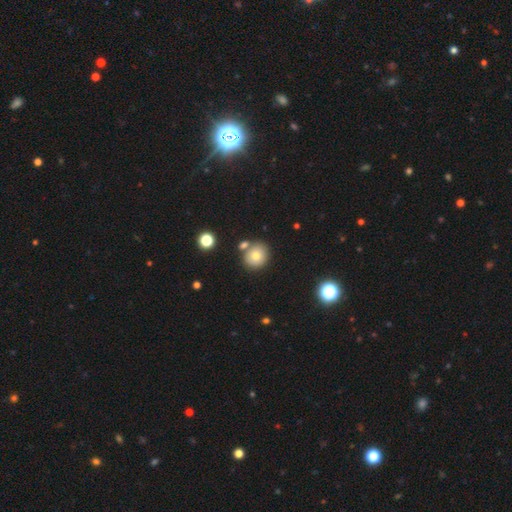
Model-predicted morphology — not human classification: The model was most divided on "merging": none: 71%, merger: 16%, minor disturbance: 10%, major disturbance: 3%. More confident: how rounded — round (79%); smooth or featured — smooth (75%).